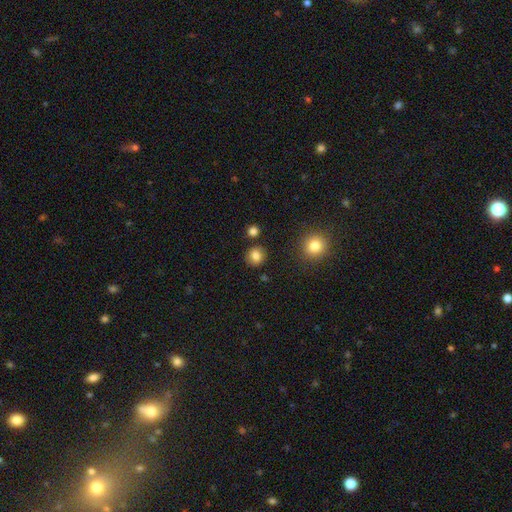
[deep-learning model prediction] Overall: smooth (84%). How rounded: round (86%). Merging: none (87%).